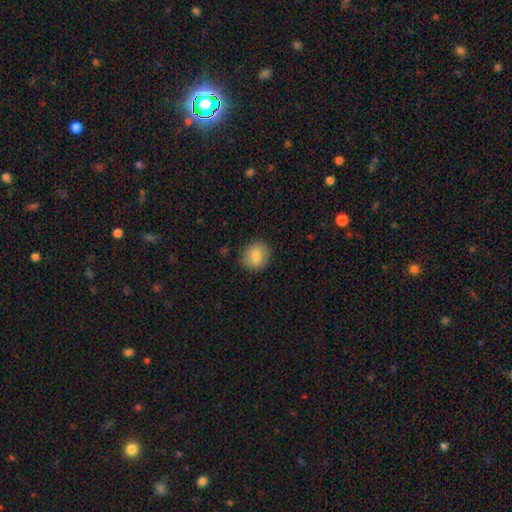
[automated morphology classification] smooth 81%, featured or disk 11%, star or artifact 8%. Down the decision tree: how rounded — round (78%); merging — none (85%).